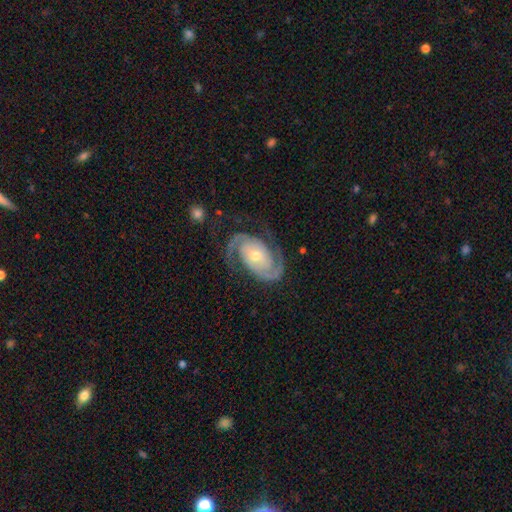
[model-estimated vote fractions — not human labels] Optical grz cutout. It shows a featured or disk galaxy (92%) with no bar (66%), 2 (93%) tight (46%) spiral arms (98%) and a moderate central bulge (48%). Merging: none (78%).